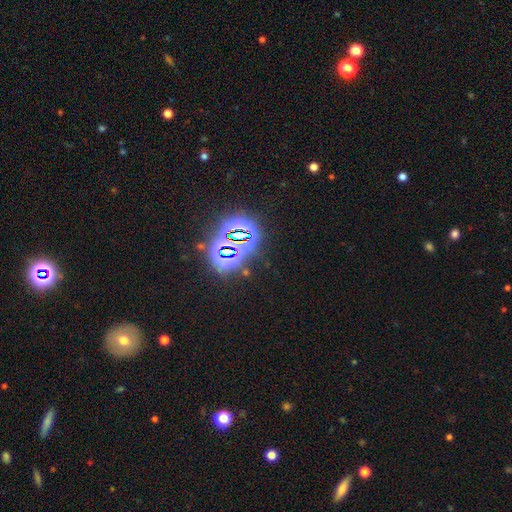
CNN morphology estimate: type=star or artifact (79%).